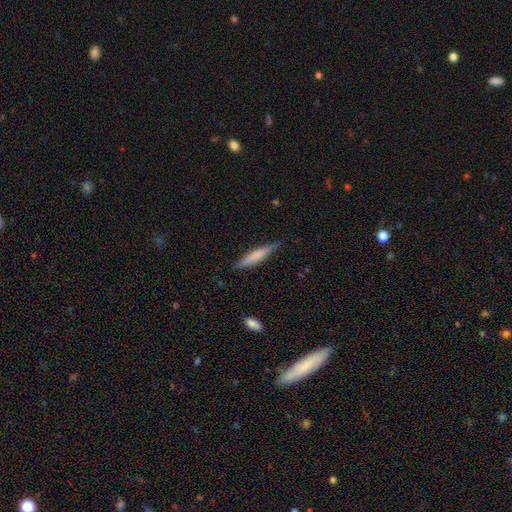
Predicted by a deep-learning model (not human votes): This appears to be a smooth galaxy with no disk features (60%) that is cigar-shaped (88%). Merging: none (82%).